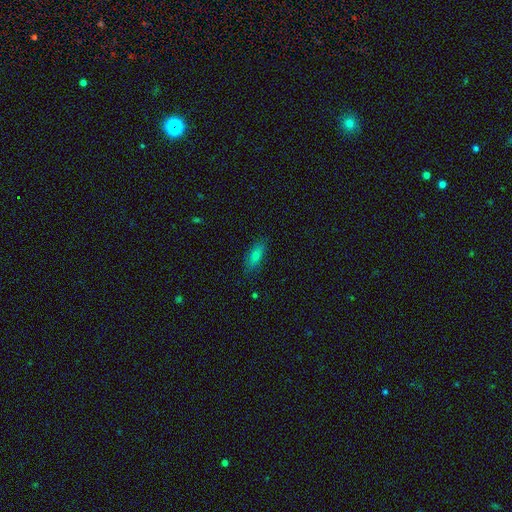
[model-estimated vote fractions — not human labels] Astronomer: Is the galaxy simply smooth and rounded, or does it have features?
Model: smooth — 70%.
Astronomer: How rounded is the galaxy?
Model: in between — 58% (runner-up: cigar-shaped, 38%).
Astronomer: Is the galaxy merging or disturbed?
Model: none — 83%.